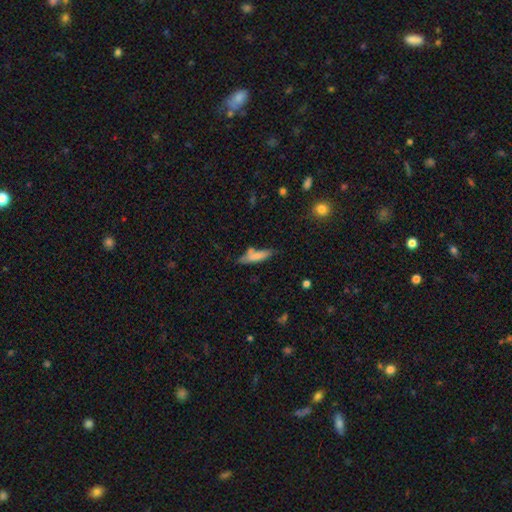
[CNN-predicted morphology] type=smooth (74%); roundness=cigar-shaped (68%); merging=none (61%).